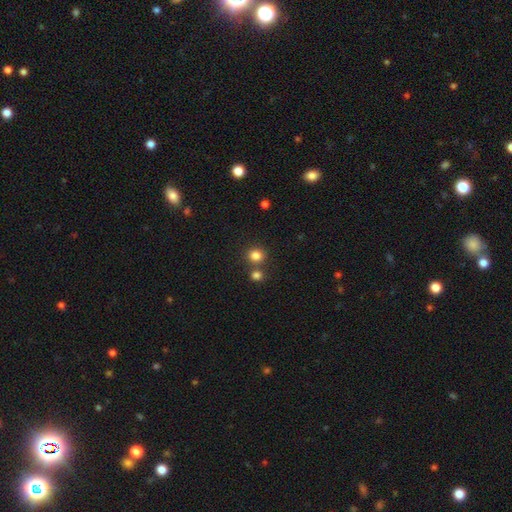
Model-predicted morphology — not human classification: Smooth or featured? Predicted: smooth (p=0.82). How rounded? Predicted: round (p=0.83). Merging? Predicted: none (p=0.68).